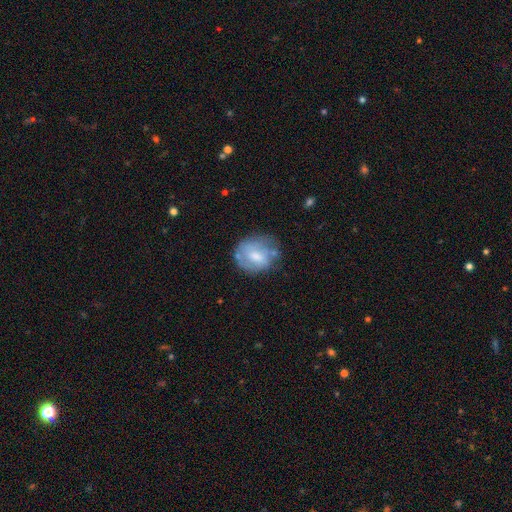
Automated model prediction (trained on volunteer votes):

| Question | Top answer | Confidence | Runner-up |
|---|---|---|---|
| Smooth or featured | smooth | 47% | featured or disk (45%) |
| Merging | none | 52% | minor disturbance (28%) |